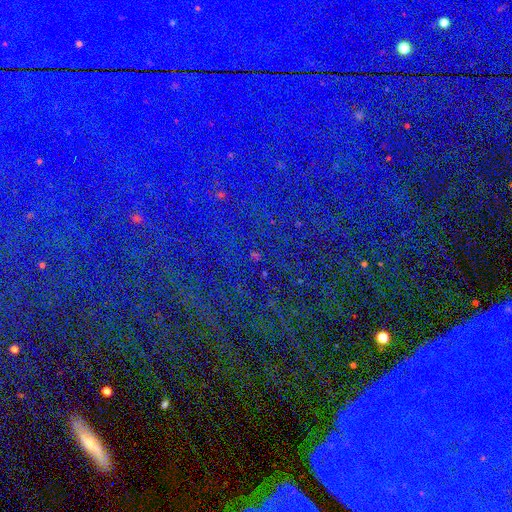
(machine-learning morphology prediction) Q: Smooth or featured?
A: star or artifact (80%); runner-up: smooth (12%)